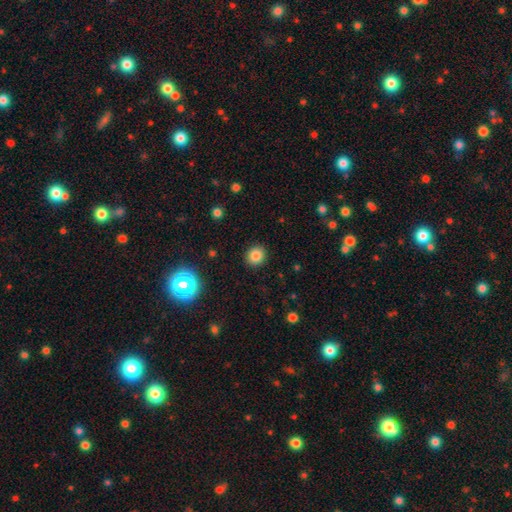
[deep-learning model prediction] Smooth or featured? Predicted: smooth (p=0.83). How rounded? Predicted: round (p=0.83). Merging? Predicted: none (p=0.91).